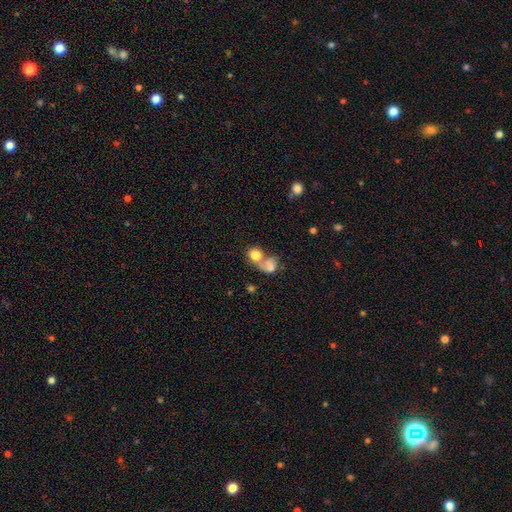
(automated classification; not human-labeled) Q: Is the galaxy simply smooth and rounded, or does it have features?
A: smooth — 77%.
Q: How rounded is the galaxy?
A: round — 65%.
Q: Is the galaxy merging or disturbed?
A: merger — 69%.